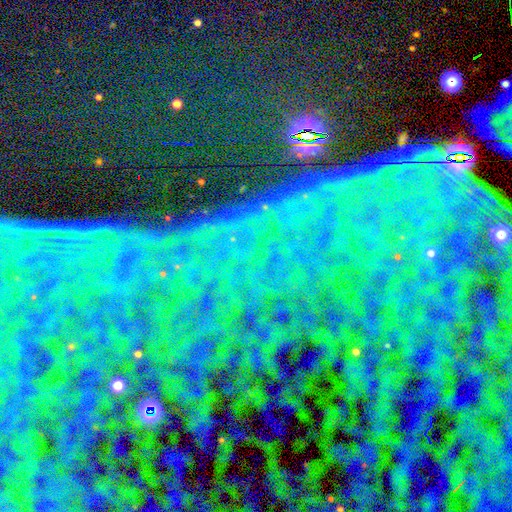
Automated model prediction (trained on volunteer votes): Smooth or featured? star or artifact (84%)